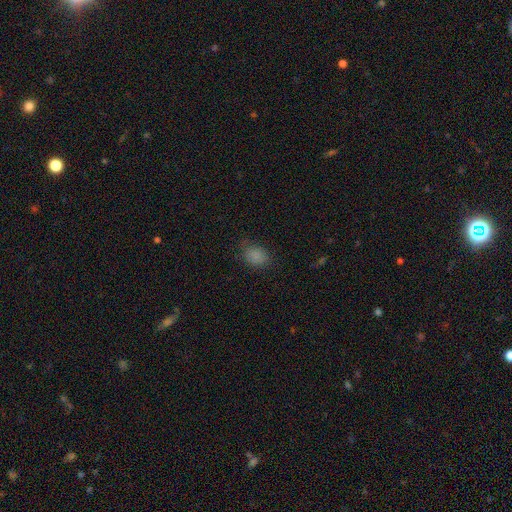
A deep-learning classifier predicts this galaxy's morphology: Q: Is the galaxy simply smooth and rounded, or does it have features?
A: smooth — 84%.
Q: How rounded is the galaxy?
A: in between — 68%.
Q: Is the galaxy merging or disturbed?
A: none — 74%.